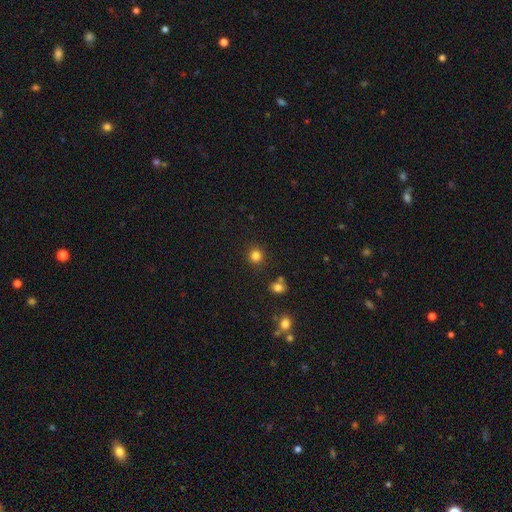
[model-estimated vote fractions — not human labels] Smooth or featured?
  - smooth: 82% *
  - star or artifact: 13%
  - featured or disk: 5%
How rounded?
  - round: 92% *
  - in between: 7%
  - cigar-shaped: 1%
Merging?
  - none: 89% *
  - minor disturbance: 6%
  - merger: 3%
  - major disturbance: 2%